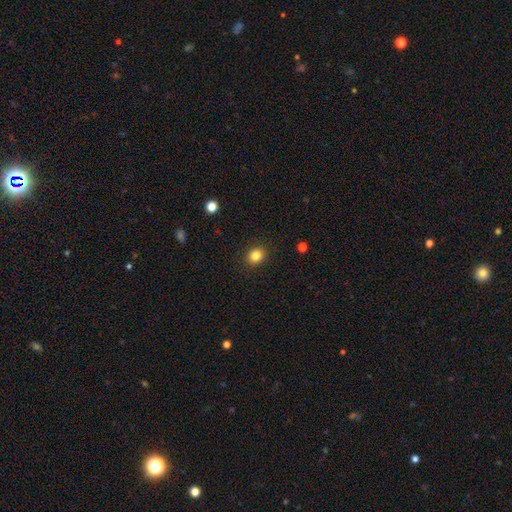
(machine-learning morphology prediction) The model was most divided on "how rounded": round: 63%, in between: 36%, cigar-shaped: 1%. More confident: merging — none (90%); smooth or featured — smooth (84%).